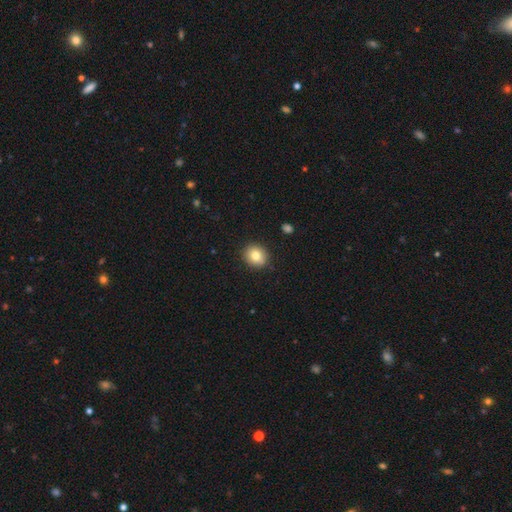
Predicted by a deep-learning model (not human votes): smooth-or-featured: smooth: 80% | featured or disk: 10% | star or artifact: 10%
  how-rounded: round: 79% | in between: 20% | cigar-shaped: 1%
  merging: none: 88% | minor disturbance: 9% | major disturbance: 2% | merger: 2%